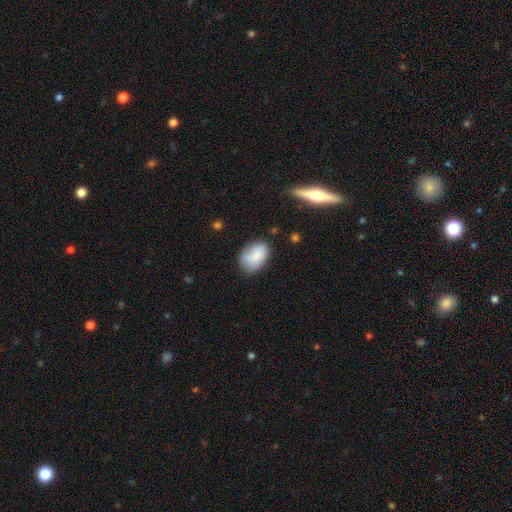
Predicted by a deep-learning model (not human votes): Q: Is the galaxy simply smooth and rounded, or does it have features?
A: smooth — 82%.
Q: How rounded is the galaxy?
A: in between — 86%.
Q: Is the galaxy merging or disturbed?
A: none — 67%.